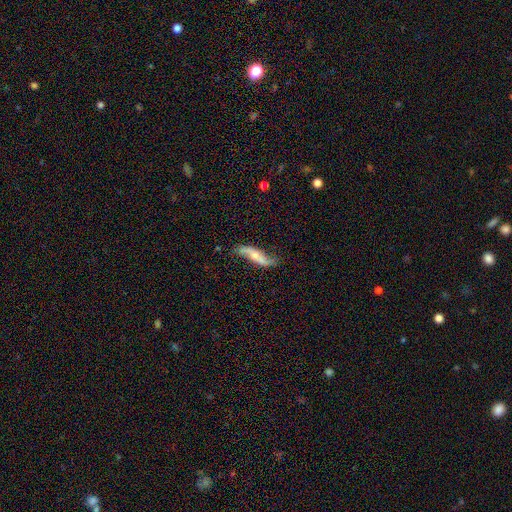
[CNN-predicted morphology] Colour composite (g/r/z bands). It shows a featured or disk galaxy (70%) with no bar (51%), 2 (91%) loose (86%) spiral arms (90%) and a small central bulge (50%). Merging: none (69%).